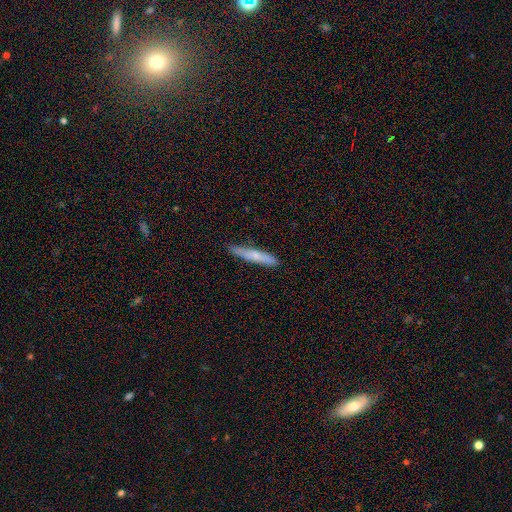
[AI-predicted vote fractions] smooth-or-featured: smooth: 66% | featured or disk: 29% | star or artifact: 6%
  how-rounded: cigar-shaped: 93% | in between: 5% | round: 1%
  merging: none: 85% | minor disturbance: 12% | major disturbance: 2% | merger: 1%